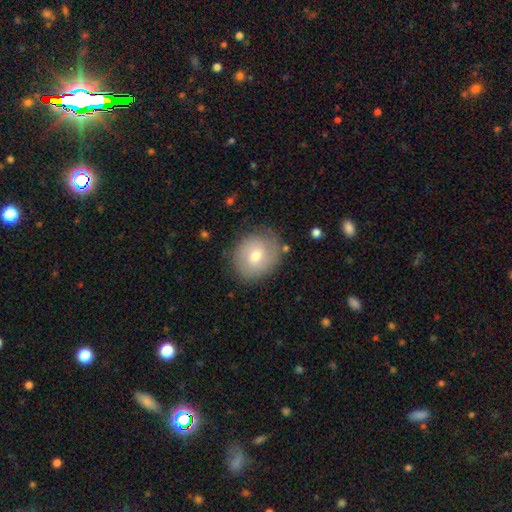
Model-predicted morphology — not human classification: A smooth galaxy with no disk features (66%) that is round (76%). Merging: none (79%).